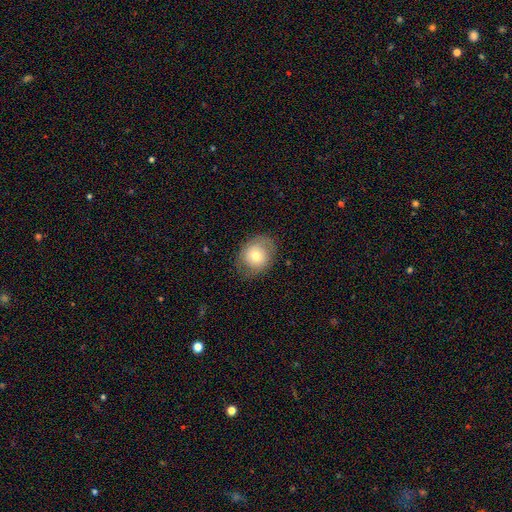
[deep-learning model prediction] Smooth or featured: smooth — 68% (featured or disk — 24%)
How rounded: round — 56% (in between — 44%)
Merging: none — 77% (minor disturbance — 16%)